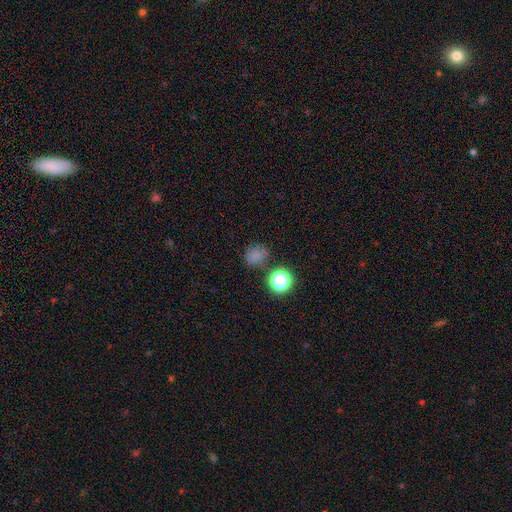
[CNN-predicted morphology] smooth_or_featured: smooth (p=0.70) [alt: star or artifact p=0.24]
how_rounded: round (p=0.74) [alt: in between p=0.25]
merging: none (p=0.71) [alt: minor disturbance p=0.15]